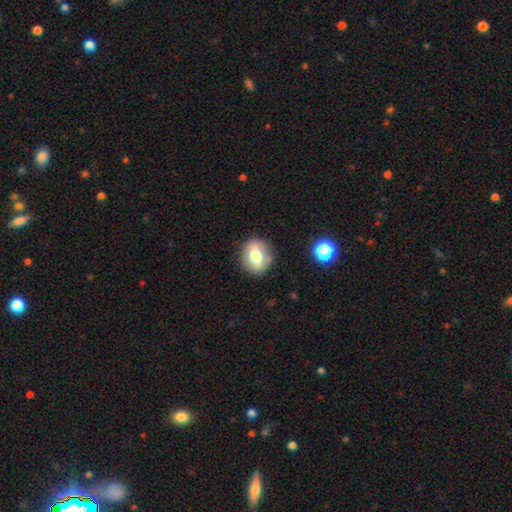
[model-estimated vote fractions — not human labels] This appears to be a smooth galaxy with no disk features (63%) that is round (56%). Merging: none (84%).